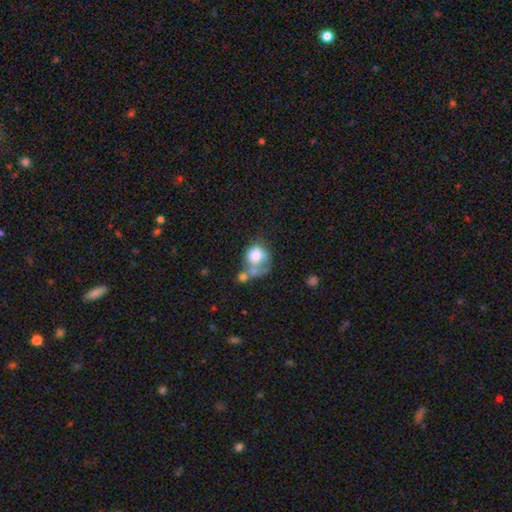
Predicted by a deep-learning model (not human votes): This appears to be a smooth galaxy with no disk features (71%) that is round (67%). Merging: merger (46%).